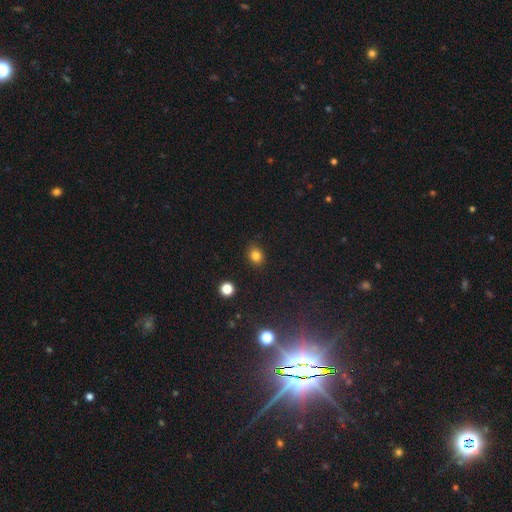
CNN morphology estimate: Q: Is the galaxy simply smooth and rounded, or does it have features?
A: smooth — 82%.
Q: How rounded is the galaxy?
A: round — 64%.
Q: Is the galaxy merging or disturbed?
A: none — 84%.